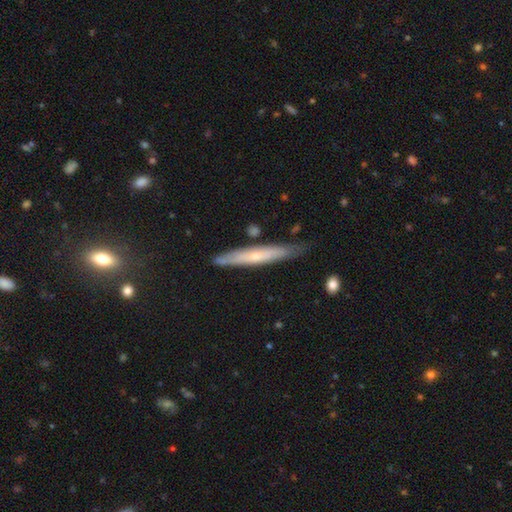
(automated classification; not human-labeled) Smooth or featured? featured or disk (52%)
Edge-on disk? yes (84%)
Merging? none (78%)